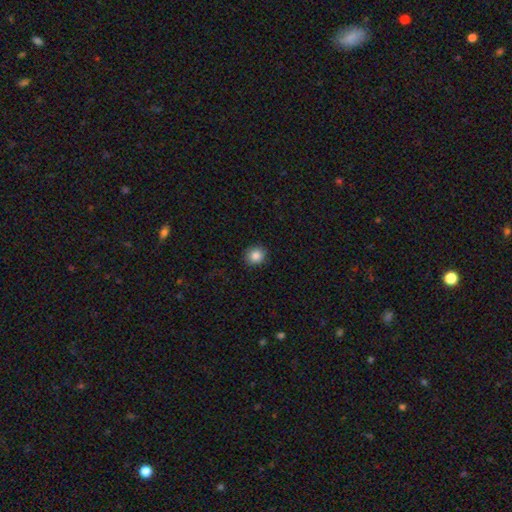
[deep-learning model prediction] Q: Smooth or featured?
A: smooth (86%); runner-up: star or artifact (9%)
Q: How rounded?
A: round (85%); runner-up: in between (14%)
Q: Merging?
A: none (89%); runner-up: minor disturbance (8%)